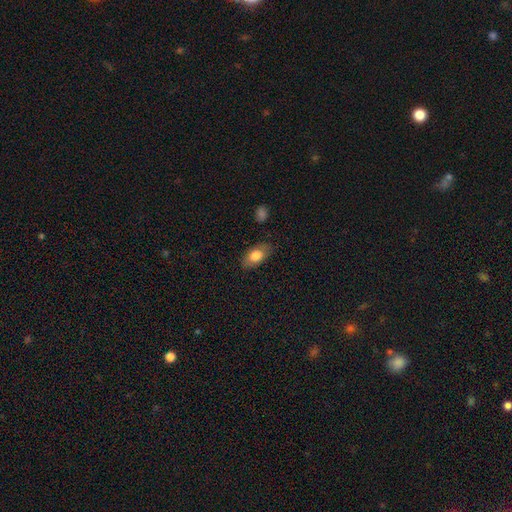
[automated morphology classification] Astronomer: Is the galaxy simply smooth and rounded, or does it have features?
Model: smooth — 77%.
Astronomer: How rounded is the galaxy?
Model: in between — 90%.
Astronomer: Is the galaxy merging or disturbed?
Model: none — 79%.